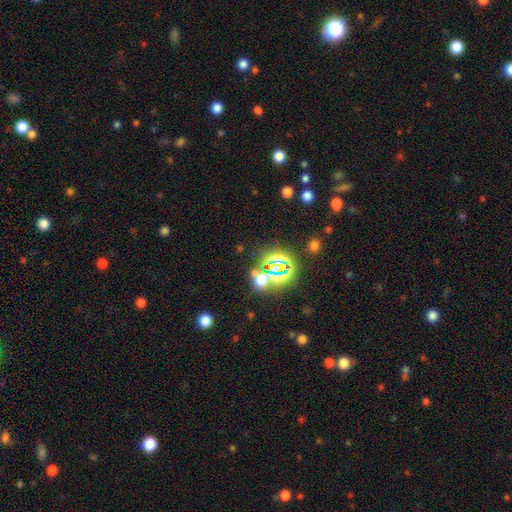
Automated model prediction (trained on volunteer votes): smooth_or_featured: star or artifact (p=0.78) [alt: smooth p=0.15]